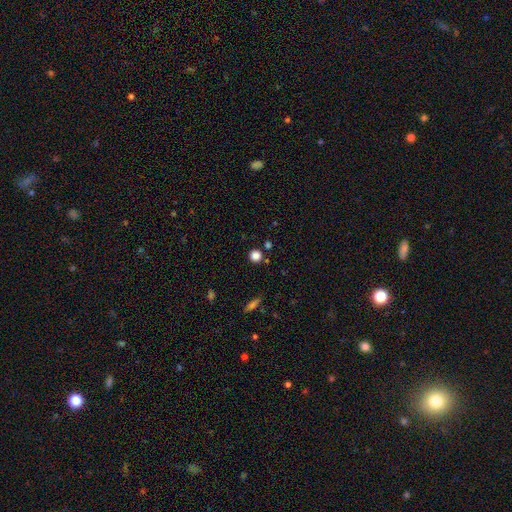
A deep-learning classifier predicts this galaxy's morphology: smooth 83%, star or artifact 13%, featured or disk 5%. Down the decision tree: how rounded — round (93%); merging — none (86%).